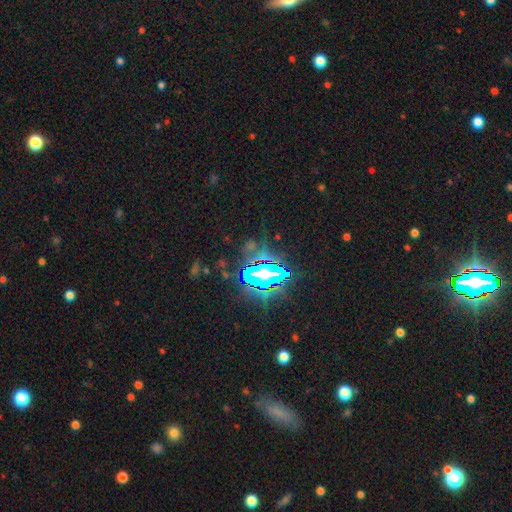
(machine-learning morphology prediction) Smooth or featured? star or artifact (84%)